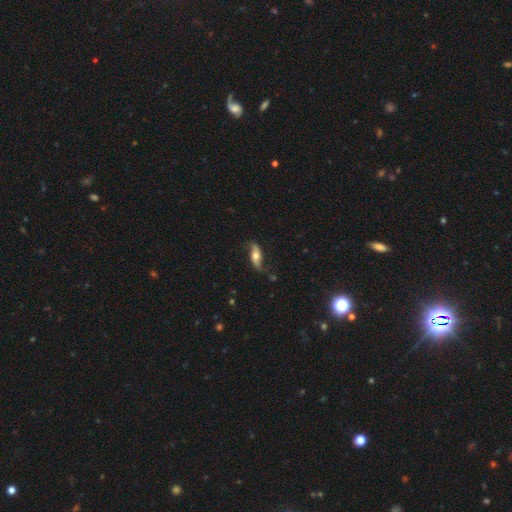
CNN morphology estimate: featured or disk 64%, smooth 29%, star or artifact 7%. Down the decision tree: edge-on disk — no (74%); merging — none (69%).